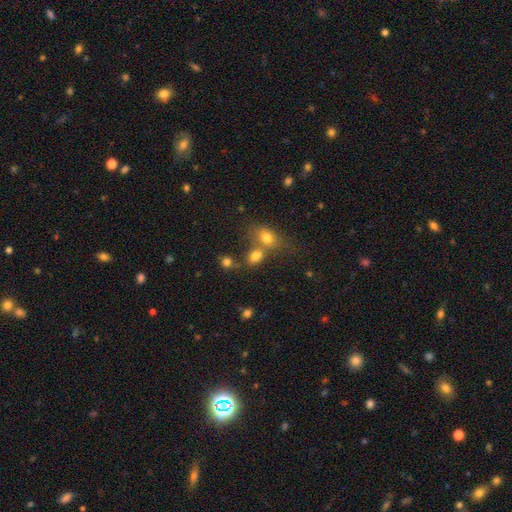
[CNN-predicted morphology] Smooth or featured: smooth — 77% (star or artifact — 13%)
How rounded: in between — 72% (round — 26%)
Merging: merger — 42% (none — 41%)